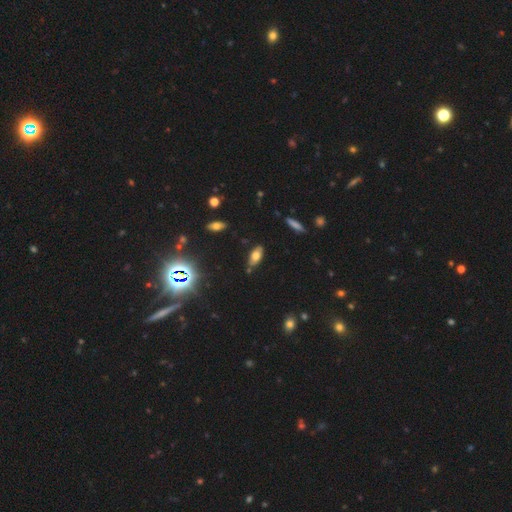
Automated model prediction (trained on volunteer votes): A smooth galaxy with no disk features (65%) that is in between round and cigar-shaped (85%).

Vote fractions:
- Smooth or featured? smooth: 65% / featured or disk: 20% / star or artifact: 14%
- How rounded? in between: 85% / cigar-shaped: 12% / round: 4%
- Merging? none: 76% / minor disturbance: 16% / merger: 4% / major disturbance: 3%